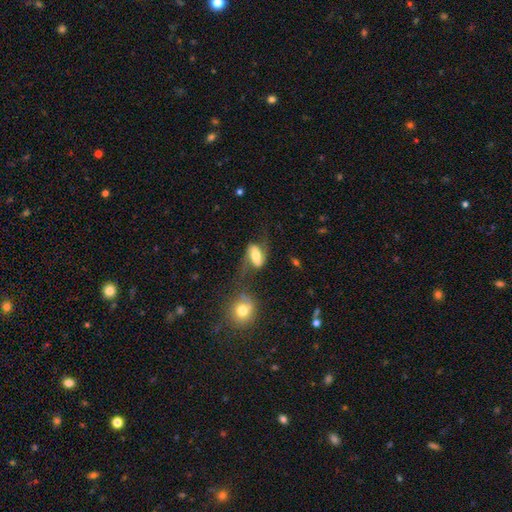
Overall: smooth (62%; featured or disk 38%). How rounded: in between (78%). Merging: none (41%; merger 27%).